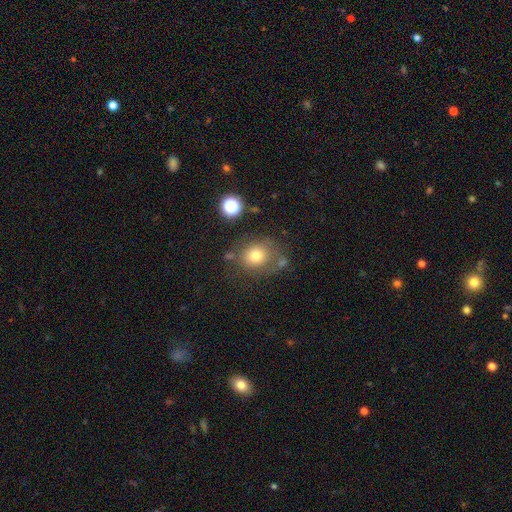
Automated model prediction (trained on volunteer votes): Overall: smooth (73%). How rounded: round (77%). Merging: none (61%).